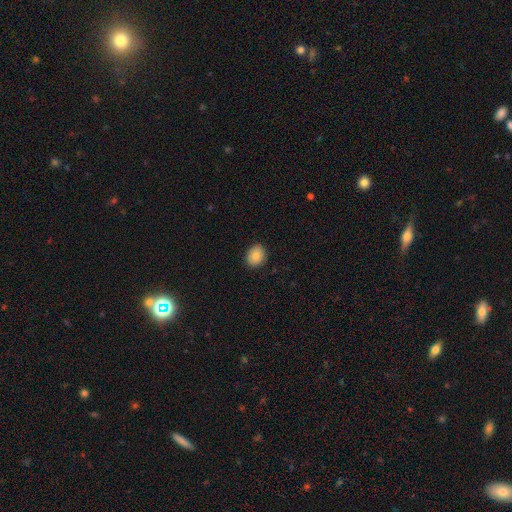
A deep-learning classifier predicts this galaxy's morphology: This appears to be a smooth galaxy with no disk features (83%) that is round (54%). Merging: none (88%).